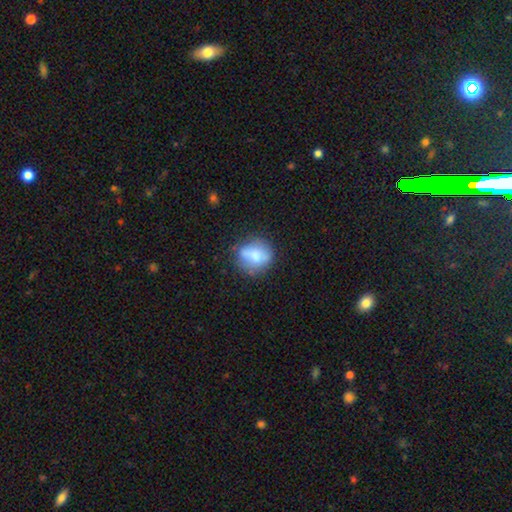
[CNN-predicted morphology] A smooth galaxy with no disk features (68%) that is round (69%).

Vote fractions:
- Smooth or featured? smooth: 68% / featured or disk: 23% / star or artifact: 9%
- How rounded? round: 69% / in between: 30% / cigar-shaped: 2%
- Merging? none: 57% / minor disturbance: 25% / major disturbance: 11% / merger: 7%